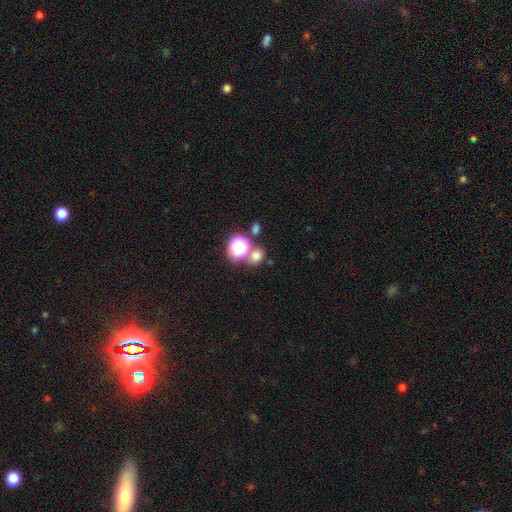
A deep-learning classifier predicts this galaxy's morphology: A smooth galaxy with no disk features (69%) that is round (67%).

Vote fractions:
- Smooth or featured? smooth: 69% / star or artifact: 24% / featured or disk: 8%
- How rounded? round: 67% / in between: 32% / cigar-shaped: 1%
- Merging? none: 63% / merger: 24% / minor disturbance: 9% / major disturbance: 4%